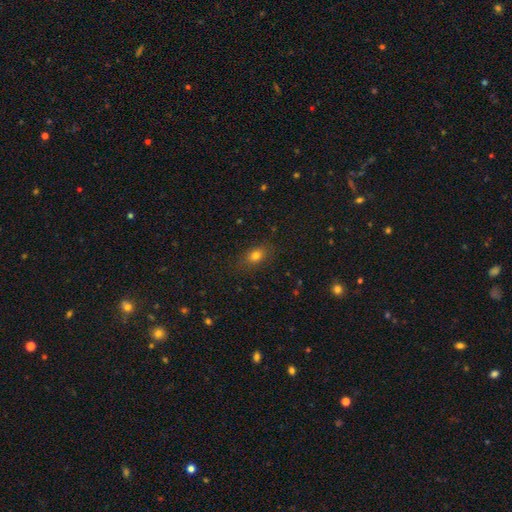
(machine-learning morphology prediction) This appears to be a smooth galaxy with no disk features (78%) that is in between round and cigar-shaped (69%). Merging: none (83%).